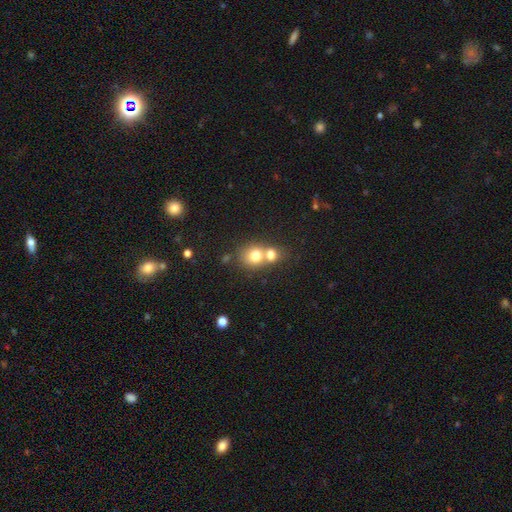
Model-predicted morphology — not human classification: Smooth or featured: smooth — 73% (featured or disk — 15%)
How rounded: round — 72% (in between — 27%)
Merging: merger — 61% (none — 30%)